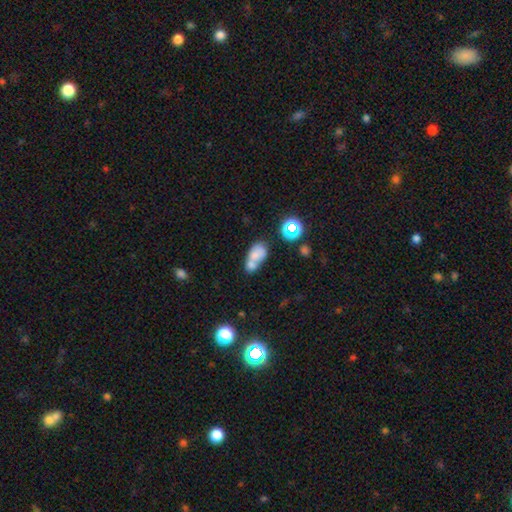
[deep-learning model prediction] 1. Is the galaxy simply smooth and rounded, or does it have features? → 69% smooth, 18% featured or disk, 13% star or artifact.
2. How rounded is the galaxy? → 78% in between, 18% round, 4% cigar-shaped.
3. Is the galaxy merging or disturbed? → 60% merger, 24% none, 10% minor disturbance, 6% major disturbance.